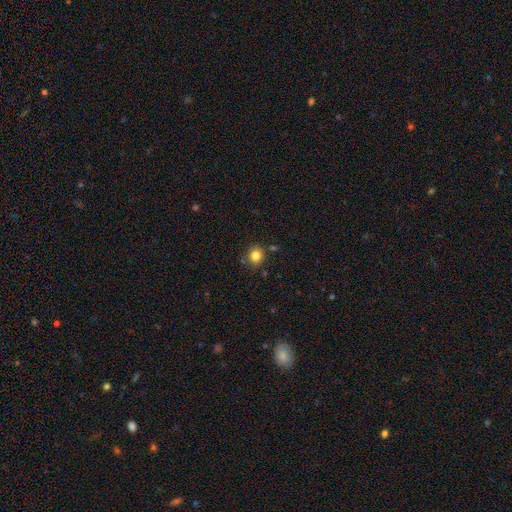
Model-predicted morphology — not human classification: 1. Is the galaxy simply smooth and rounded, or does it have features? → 82% smooth, 12% star or artifact, 6% featured or disk.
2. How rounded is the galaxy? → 87% round, 12% in between, 1% cigar-shaped.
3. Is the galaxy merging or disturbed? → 83% none, 9% minor disturbance, 5% merger, 2% major disturbance.